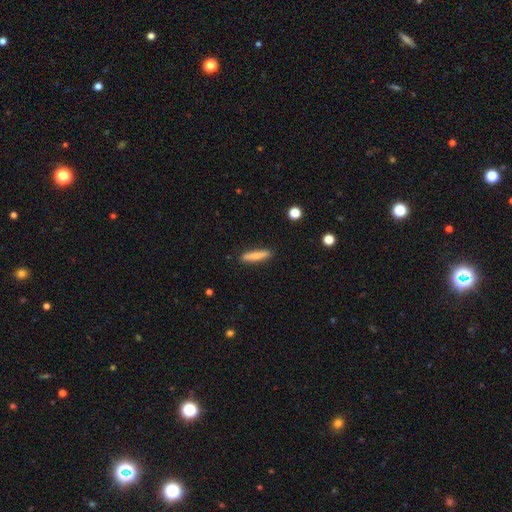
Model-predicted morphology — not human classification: Overall: smooth (74%). How rounded: cigar-shaped (87%). Merging: none (89%).